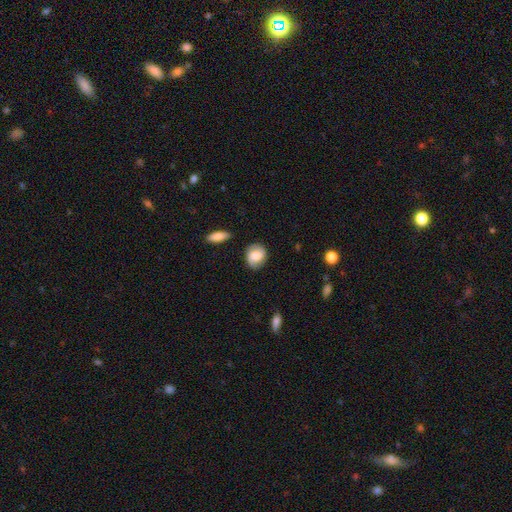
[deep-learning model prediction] Overall: smooth (57%; featured or disk 36%). How rounded: round (65%; in between 34%). Merging: none (82%).